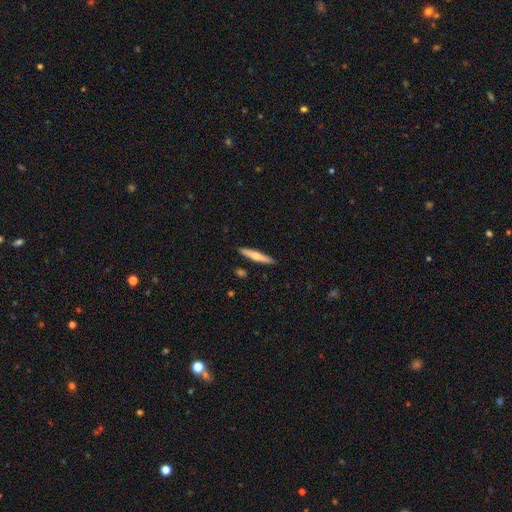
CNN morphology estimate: A smooth galaxy with no disk features (55%) that is cigar-shaped (90%).

Vote fractions:
- Smooth or featured? smooth: 55% / featured or disk: 40% / star or artifact: 5%
- How rounded? cigar-shaped: 90% / in between: 9% / round: 2%
- Merging? none: 89% / minor disturbance: 7% / merger: 2% / major disturbance: 2%